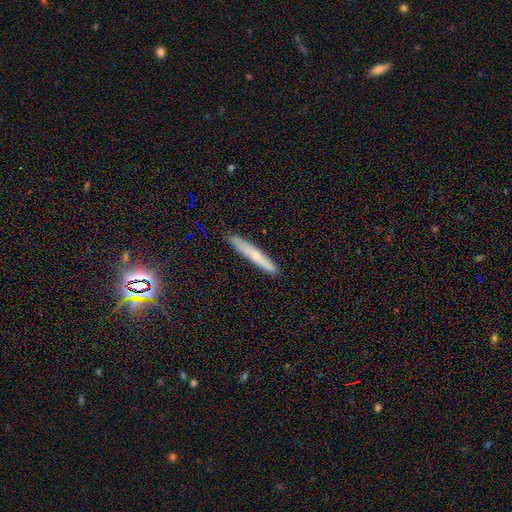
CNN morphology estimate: Overall: smooth (59%; featured or disk 32%). How rounded: cigar-shaped (95%). Merging: none (88%).